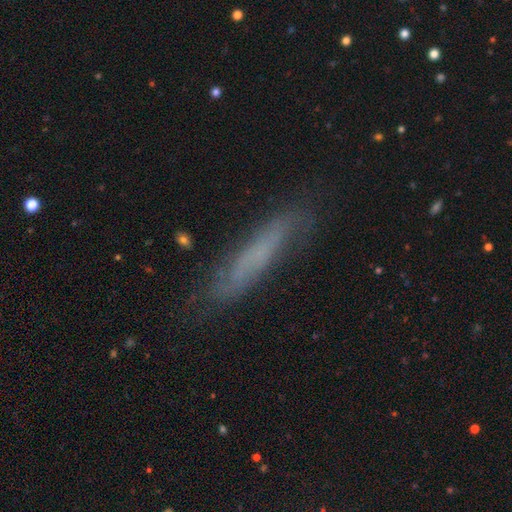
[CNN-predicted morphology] Smooth or featured?
  - smooth: 52% *
  - featured or disk: 37%
  - star or artifact: 11%
How rounded?
  - cigar-shaped: 87% *
  - in between: 12%
  - round: 2%
Merging?
  - none: 76% *
  - minor disturbance: 18%
  - major disturbance: 5%
  - merger: 2%